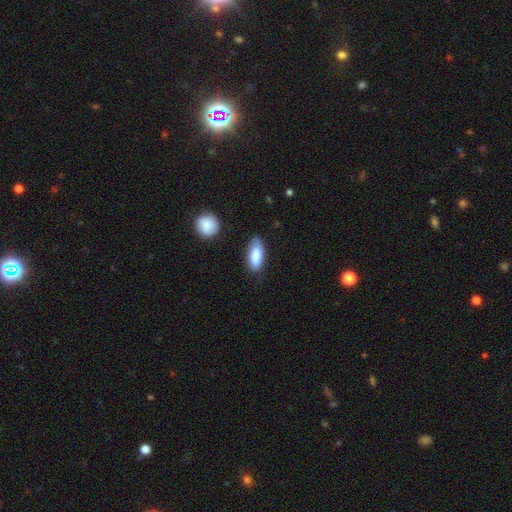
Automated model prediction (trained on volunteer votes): A smooth galaxy with no disk features (83%) that is in between round and cigar-shaped (85%). Merging: none (70%).